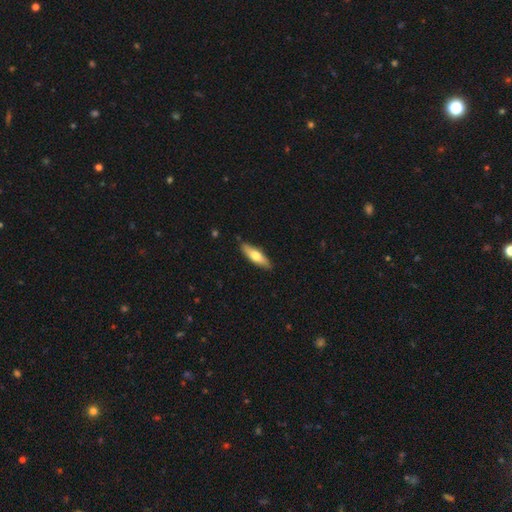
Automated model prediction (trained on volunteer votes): The model was most divided on "how rounded": cigar-shaped: 54%, in between: 44%, round: 2%. More confident: merging — none (87%); smooth or featured — smooth (62%).